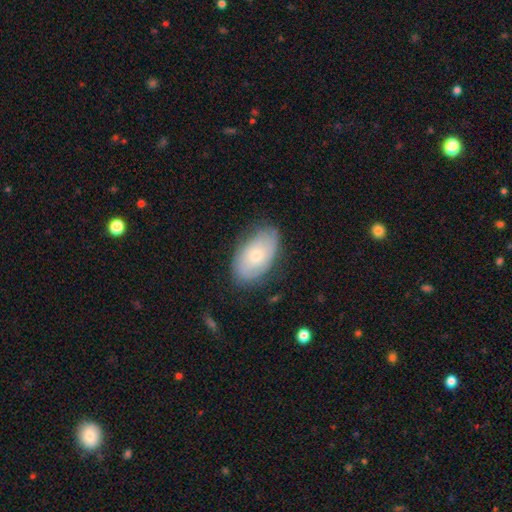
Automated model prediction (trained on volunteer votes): Smooth or featured: smooth — 51% (featured or disk — 42%)
How rounded: in between — 93% (round — 6%)
Merging: none — 75% (minor disturbance — 19%)